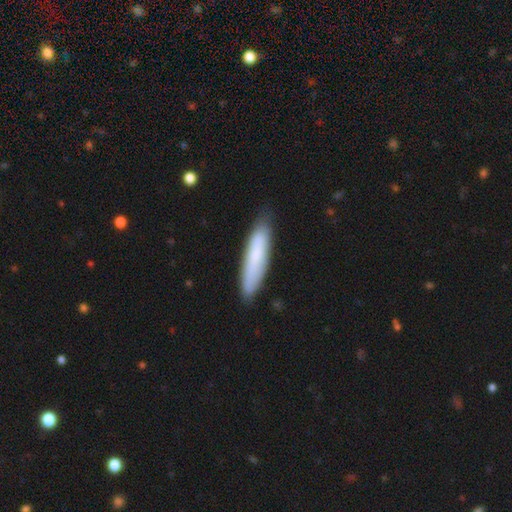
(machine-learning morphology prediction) smooth 74%, featured or disk 20%, star or artifact 6%. Down the decision tree: how rounded — cigar-shaped (80%); merging — none (80%).